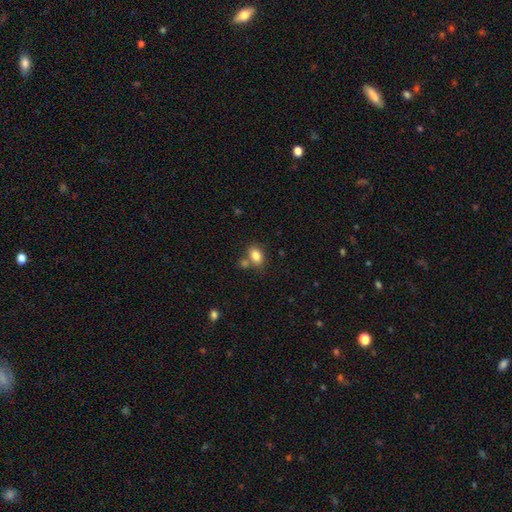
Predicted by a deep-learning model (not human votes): Smooth or featured? smooth (83%)
How rounded? in between (76%)
Merging? none (62%)